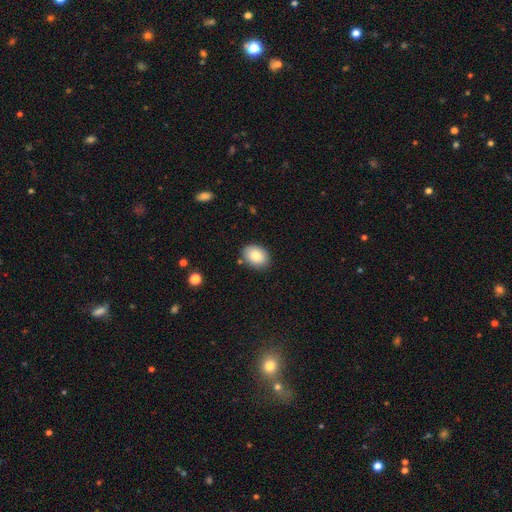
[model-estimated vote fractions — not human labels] This appears to be a smooth galaxy with no disk features (84%) that is in between round and cigar-shaped (76%). Merging: none (84%).